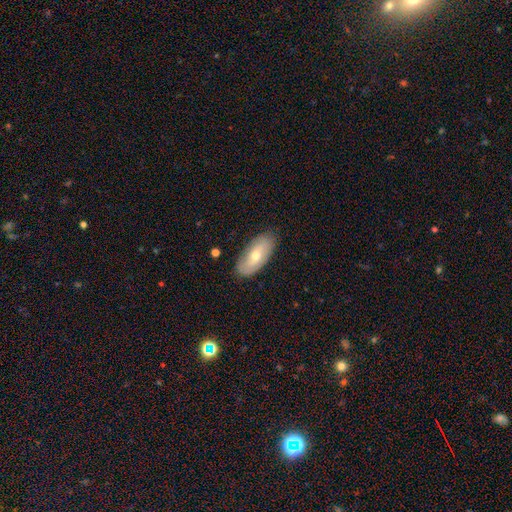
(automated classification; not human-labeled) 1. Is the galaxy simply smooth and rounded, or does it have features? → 60% smooth, 34% featured or disk, 6% star or artifact.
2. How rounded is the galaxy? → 87% in between, 11% cigar-shaped, 3% round.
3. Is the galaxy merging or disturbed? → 83% none, 13% minor disturbance, 3% major disturbance, 1% merger.